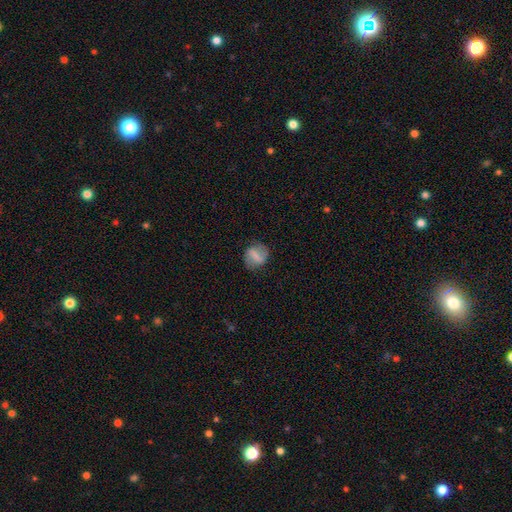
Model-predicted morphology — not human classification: Overall: smooth (53%; featured or disk 37%). How rounded: round (59%; in between 37%). Merging: none (75%).